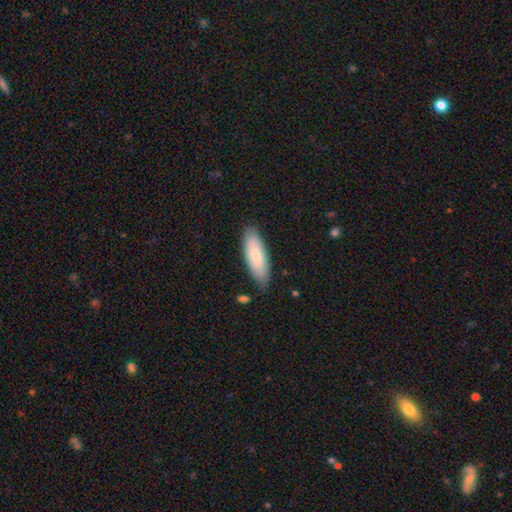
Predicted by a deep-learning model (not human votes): The model was most divided on "how rounded": in between: 66%, cigar-shaped: 32%, round: 2%. More confident: merging — none (81%); smooth or featured — smooth (72%).